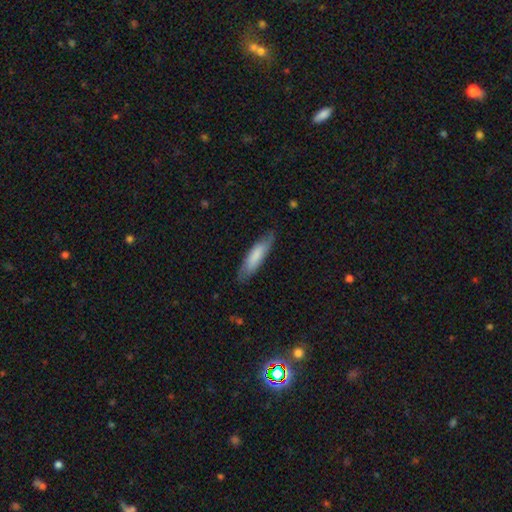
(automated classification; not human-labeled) Q: Smooth or featured?
A: smooth (73%); runner-up: featured or disk (21%)
Q: How rounded?
A: cigar-shaped (67%); runner-up: in between (32%)
Q: Merging?
A: none (78%); runner-up: minor disturbance (17%)